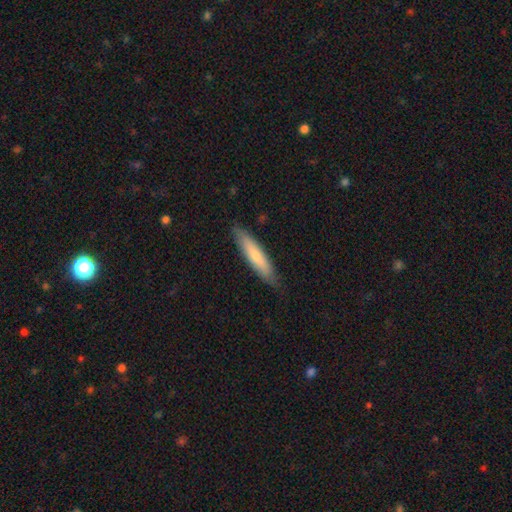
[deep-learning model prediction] The model was most divided on "smooth or featured": smooth: 67%, featured or disk: 28%, star or artifact: 5%. More confident: how rounded — cigar-shaped (84%); merging — none (84%).